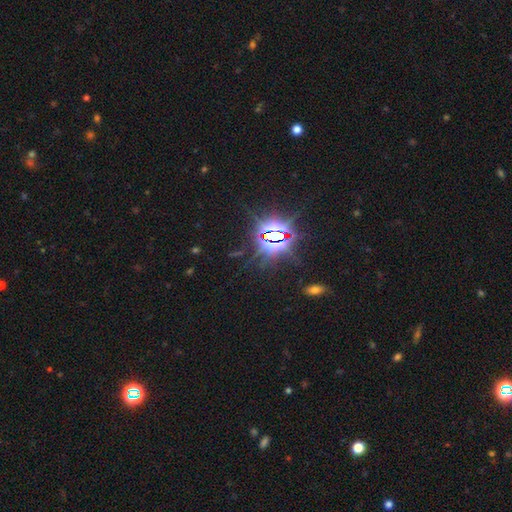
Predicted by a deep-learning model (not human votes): smooth_or_featured: star or artifact (p=0.84) [alt: smooth p=0.11]